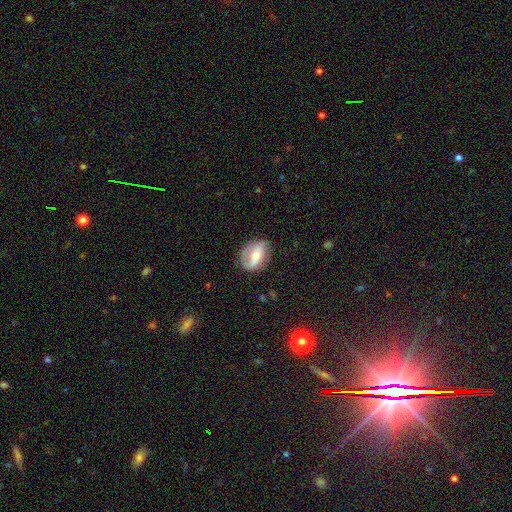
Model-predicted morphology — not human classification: Overall: featured or disk (55%; smooth 38%). Edge-on disk: no (91%). Merging: none (72%).